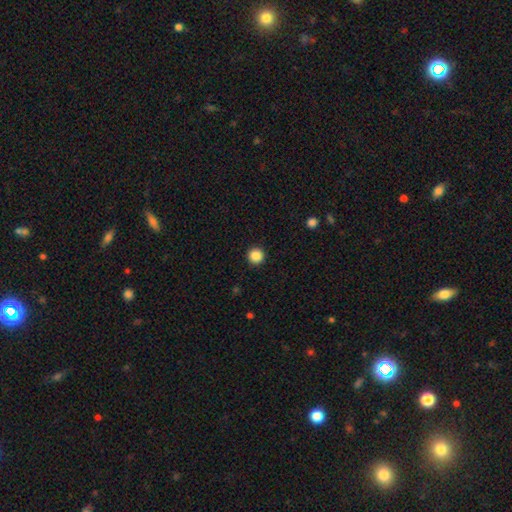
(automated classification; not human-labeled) Smooth or featured? smooth (87%)
How rounded? round (96%)
Merging? none (93%)